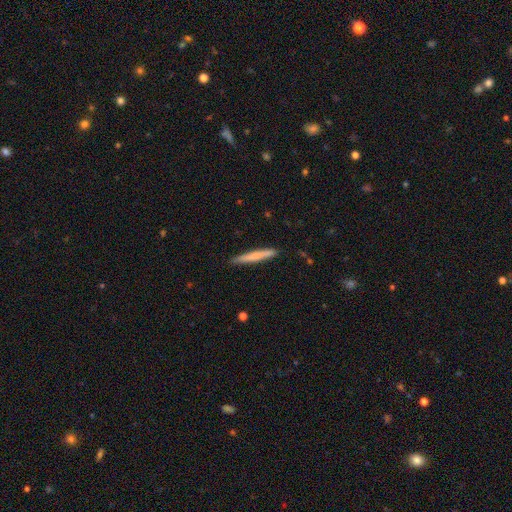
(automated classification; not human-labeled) Overall: smooth (68%). How rounded: cigar-shaped (96%). Merging: none (90%).